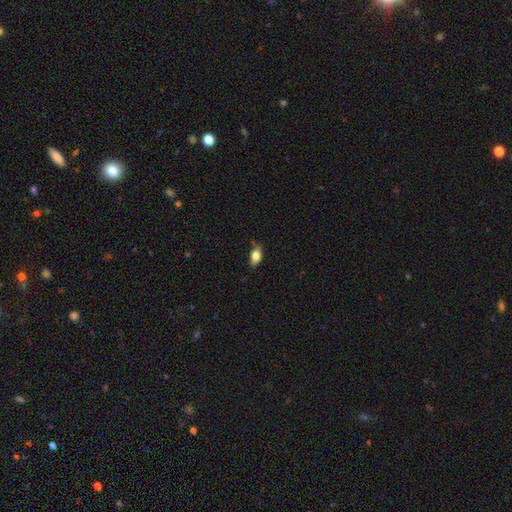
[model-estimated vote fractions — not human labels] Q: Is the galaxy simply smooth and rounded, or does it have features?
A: smooth — 77%.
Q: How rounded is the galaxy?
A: in between — 85%.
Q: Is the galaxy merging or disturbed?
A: none — 73%.